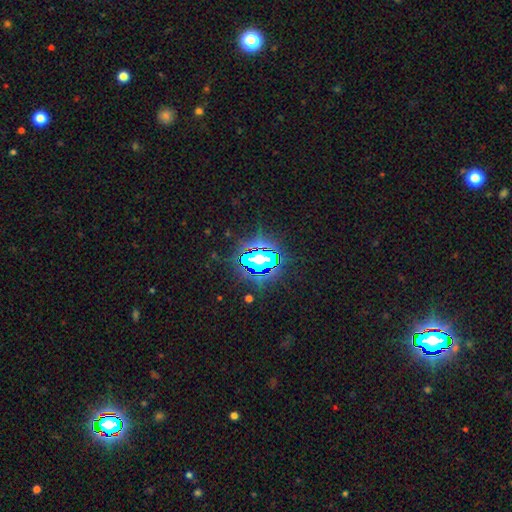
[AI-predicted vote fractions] Morphology: type=star or artifact (78%).